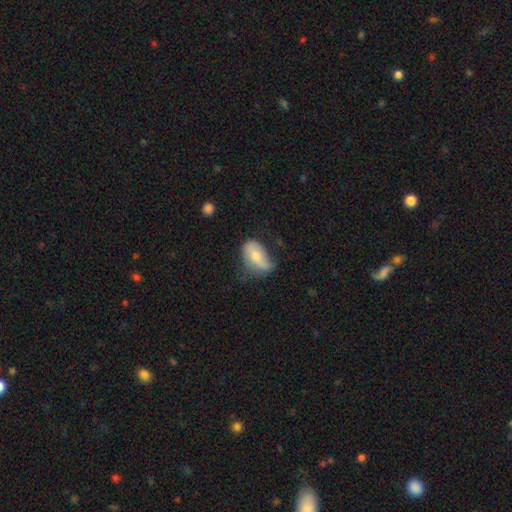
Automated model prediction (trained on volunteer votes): Smooth or featured: smooth — 60% (featured or disk — 33%)
How rounded: in between — 90% (round — 6%)
Merging: minor disturbance — 40% (none — 37%)